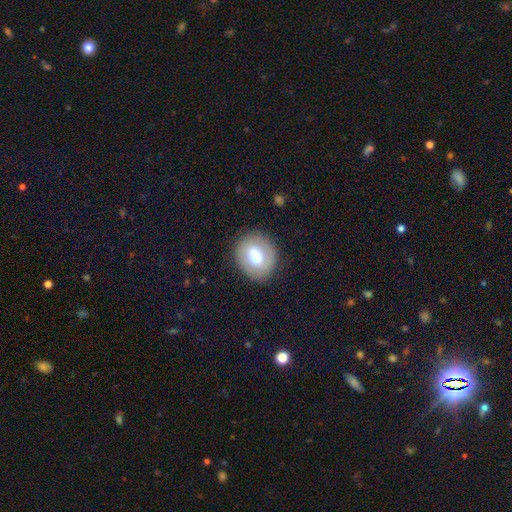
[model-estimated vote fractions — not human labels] smooth_or_featured: smooth (p=0.63) [alt: featured or disk p=0.30]
how_rounded: round (p=0.66) [alt: in between p=0.33]
merging: none (p=0.84) [alt: minor disturbance p=0.11]